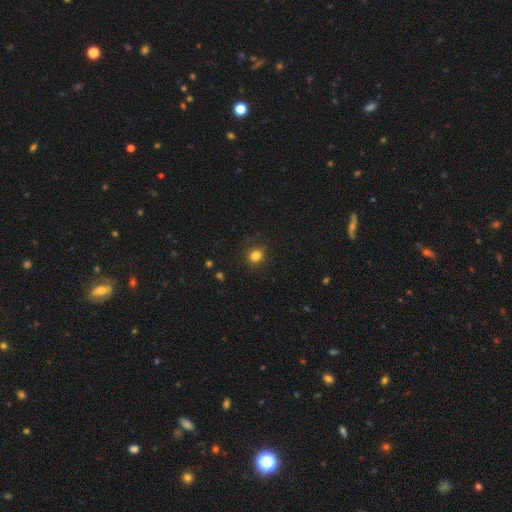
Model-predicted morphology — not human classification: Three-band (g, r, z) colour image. It shows a smooth galaxy with no disk features (83%) that is round (79%). Merging: none (87%).